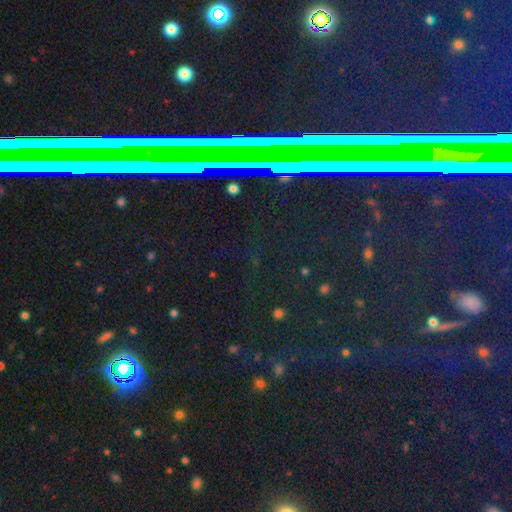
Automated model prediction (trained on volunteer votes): smooth-or-featured: star or artifact: 83% | smooth: 9% | featured or disk: 8%